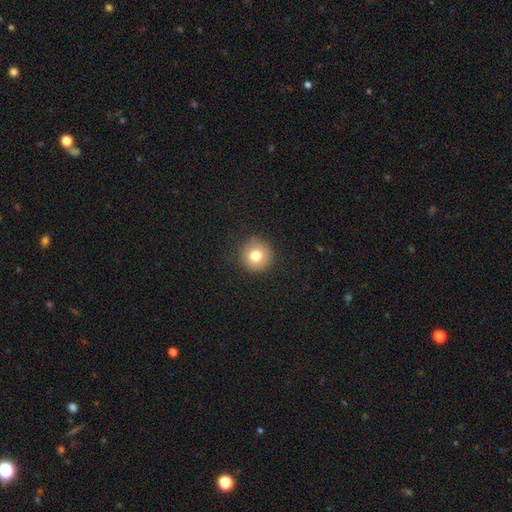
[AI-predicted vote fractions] A smooth galaxy with no disk features (77%) that is round (95%).

Vote fractions:
- Smooth or featured? smooth: 77% / featured or disk: 11% / star or artifact: 11%
- How rounded? round: 95% / in between: 4% / cigar-shaped: 1%
- Merging? none: 89% / minor disturbance: 8% / major disturbance: 3% / merger: 1%